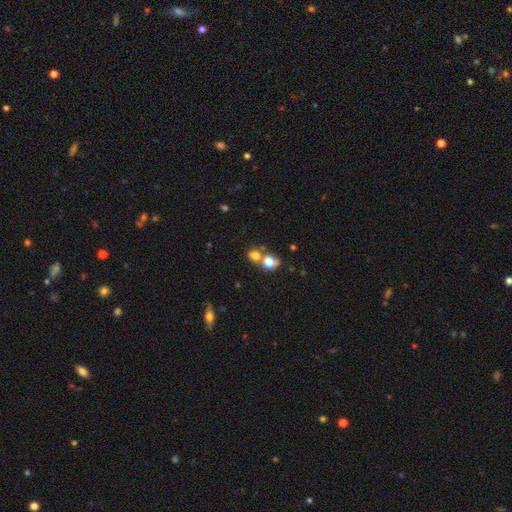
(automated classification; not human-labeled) Smooth or featured? Predicted: smooth (p=0.75). How rounded? Predicted: round (p=0.68). Merging? Predicted: merger (p=0.52).